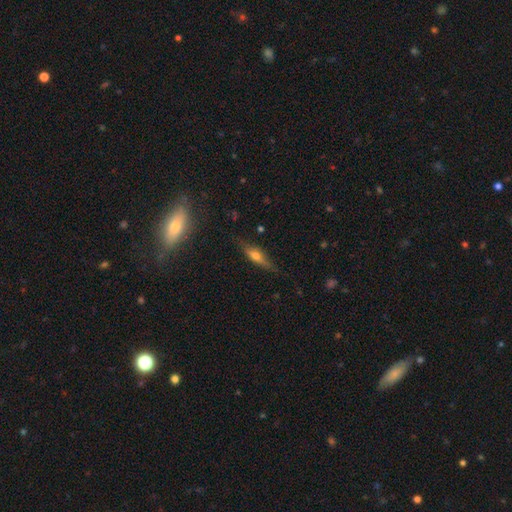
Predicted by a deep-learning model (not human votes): Smooth or featured? featured or disk (52%)
Edge-on disk? yes (91%)
Merging? none (81%)